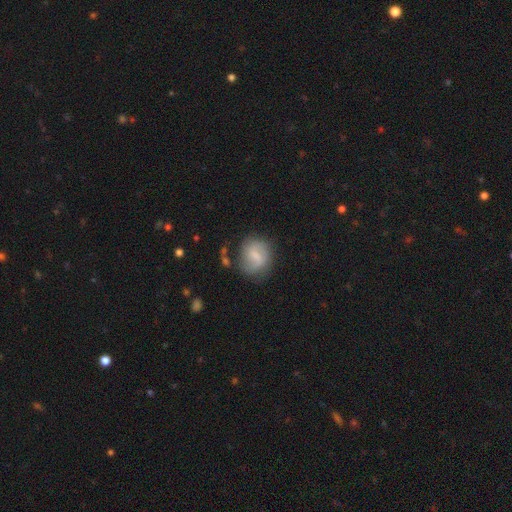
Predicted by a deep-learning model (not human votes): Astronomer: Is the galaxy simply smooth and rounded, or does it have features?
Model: smooth — 48% (runner-up: featured or disk, 44%).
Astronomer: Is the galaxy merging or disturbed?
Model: none — 67%.